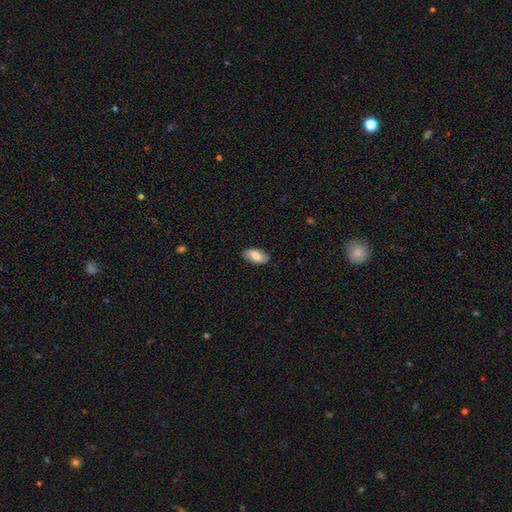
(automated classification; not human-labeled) A smooth galaxy with no disk features (73%) that is in between round and cigar-shaped (92%). Merging: none (85%).